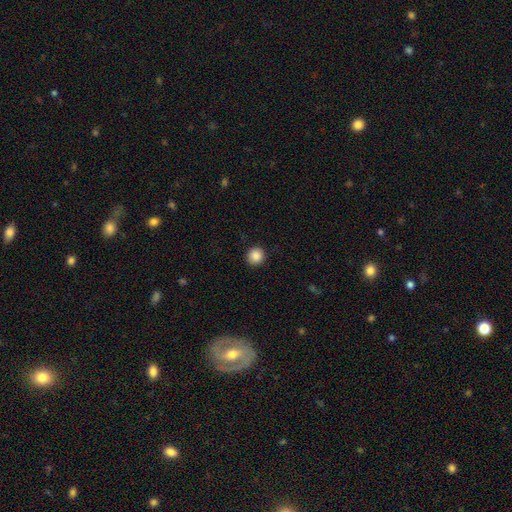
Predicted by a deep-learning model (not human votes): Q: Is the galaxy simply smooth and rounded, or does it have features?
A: smooth — 88%.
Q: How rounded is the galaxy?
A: round — 91%.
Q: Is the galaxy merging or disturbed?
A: none — 90%.